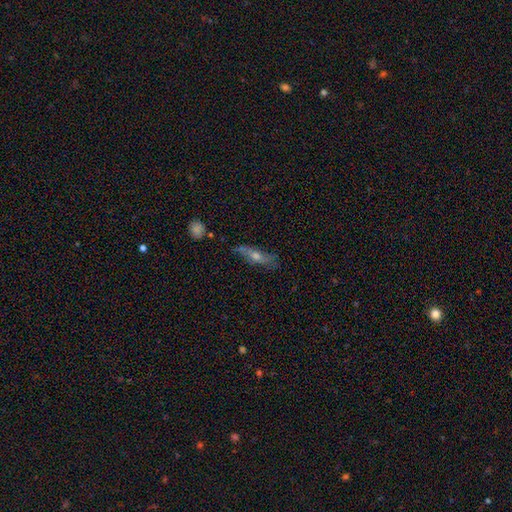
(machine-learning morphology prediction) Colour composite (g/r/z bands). It shows a featured or disk galaxy (56%) viewed edge-on (65%). Merging: none (70%).